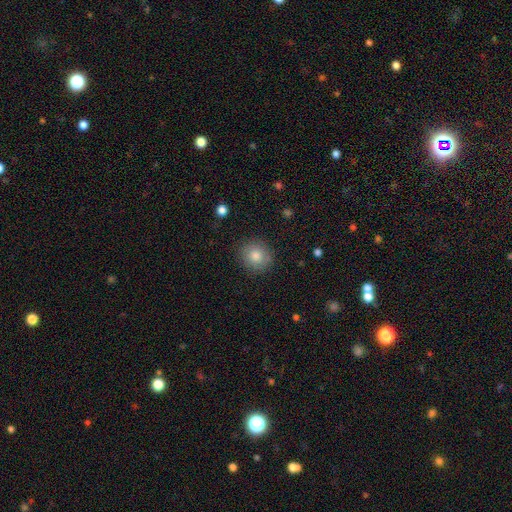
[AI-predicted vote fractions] Smooth or featured? smooth (82%)
How rounded? round (87%)
Merging? none (88%)